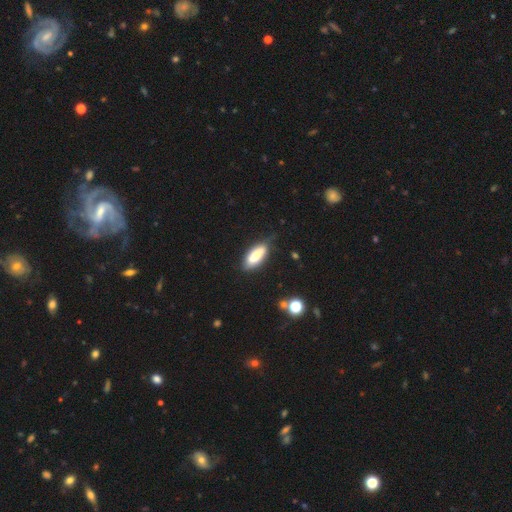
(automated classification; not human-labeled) Smooth or featured: smooth — 76% (featured or disk — 17%)
How rounded: in between — 72% (cigar-shaped — 26%)
Merging: none — 69% (minor disturbance — 23%)